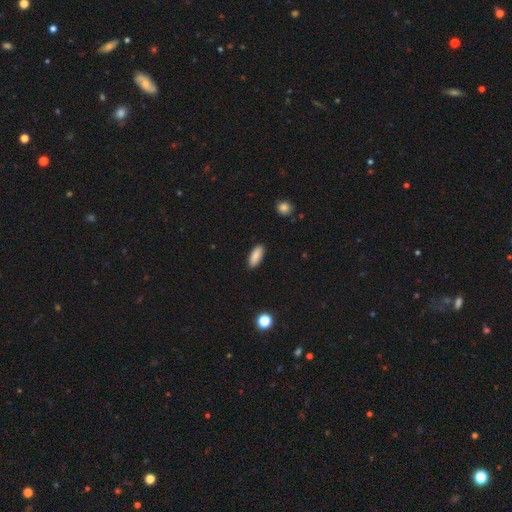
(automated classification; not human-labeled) This is clearly a smooth galaxy (88%). How rounded: likely in between (78%). Merging: clearly none (89%).